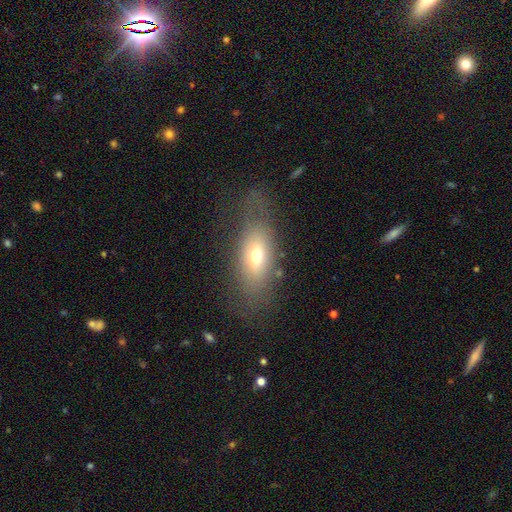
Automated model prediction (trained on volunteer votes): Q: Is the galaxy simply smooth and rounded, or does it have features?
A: smooth — 62%.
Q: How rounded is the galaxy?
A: in between — 79%.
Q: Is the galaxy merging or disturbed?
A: none — 62%.